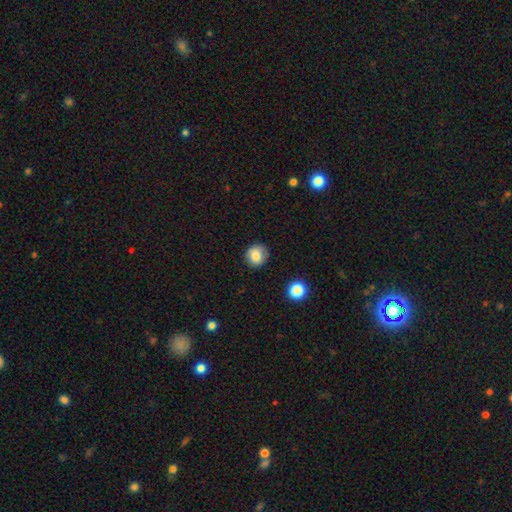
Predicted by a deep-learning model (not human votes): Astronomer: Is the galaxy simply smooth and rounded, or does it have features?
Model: smooth — 80%.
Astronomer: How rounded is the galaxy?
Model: round — 83%.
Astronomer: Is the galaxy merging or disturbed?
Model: none — 85%.